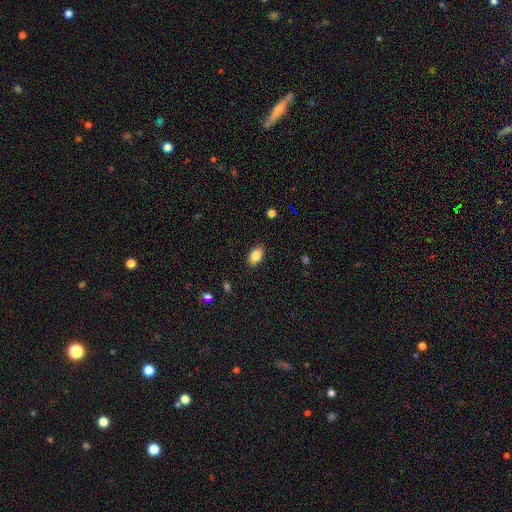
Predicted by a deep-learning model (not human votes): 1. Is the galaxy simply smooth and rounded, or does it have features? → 84% smooth, 8% star or artifact, 8% featured or disk.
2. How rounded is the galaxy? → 90% in between, 8% round, 2% cigar-shaped.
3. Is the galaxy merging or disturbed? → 87% none, 10% minor disturbance, 2% major disturbance, 1% merger.